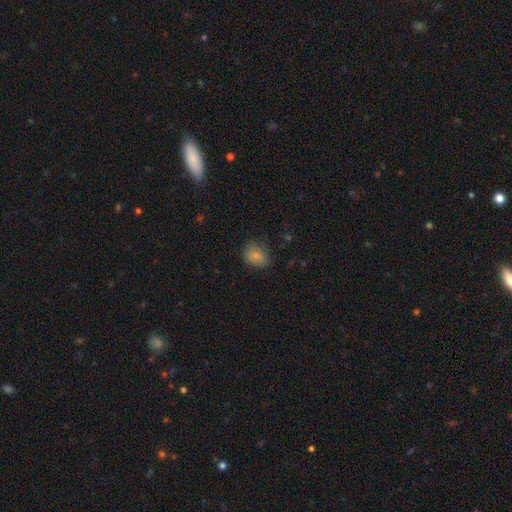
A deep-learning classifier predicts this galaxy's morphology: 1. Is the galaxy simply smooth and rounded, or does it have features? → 82% smooth, 10% star or artifact, 9% featured or disk.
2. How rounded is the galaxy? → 56% in between, 43% round, 1% cigar-shaped.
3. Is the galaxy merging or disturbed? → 65% none, 25% minor disturbance, 8% major disturbance, 1% merger.